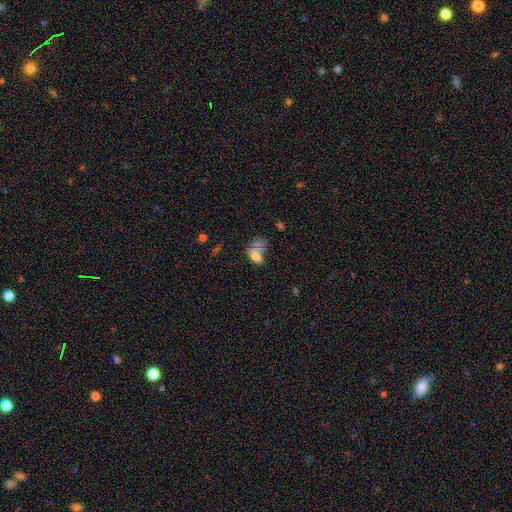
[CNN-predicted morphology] smooth 69%, featured or disk 19%, star or artifact 12%. Down the decision tree: how rounded — in between (82%); merging — major disturbance (38%).